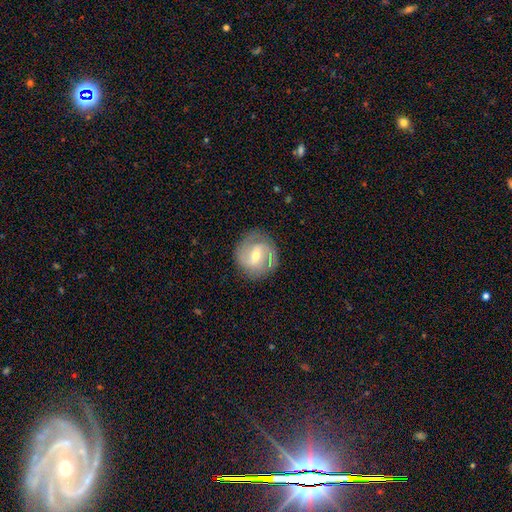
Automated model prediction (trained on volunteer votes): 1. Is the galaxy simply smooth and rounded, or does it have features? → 77% featured or disk, 17% smooth, 6% star or artifact.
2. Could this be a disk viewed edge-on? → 97% no, 3% yes.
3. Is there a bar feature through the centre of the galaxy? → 54% weak, 28% strong, 17% no.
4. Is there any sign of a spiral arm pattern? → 91% yes, 9% no.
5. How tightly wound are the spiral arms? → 47% medium, 35% tight, 19% loose.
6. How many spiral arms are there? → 78% 2, 10% can't tell, 6% 3, 3% 1, 2% 4, 2% more than 4.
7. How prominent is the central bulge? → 56% moderate, 40% small, 2% large, 1% none, 1% dominant.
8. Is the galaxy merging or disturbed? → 82% none, 12% minor disturbance, 5% major disturbance, 1% merger.